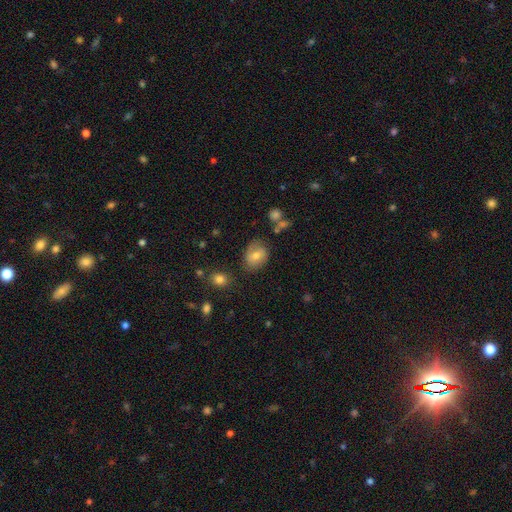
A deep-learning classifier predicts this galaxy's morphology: type=smooth (65%); roundness=in between (54%); merging=none (74%).